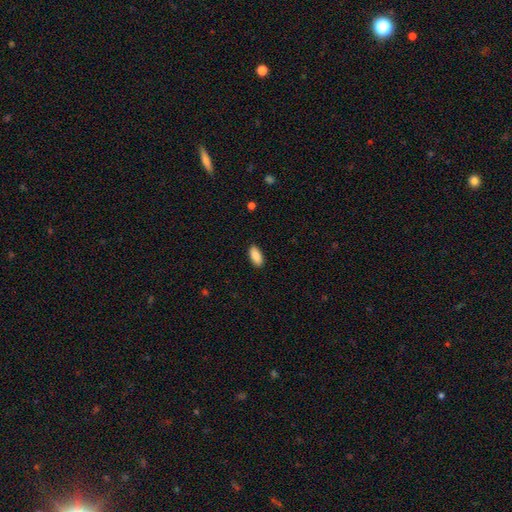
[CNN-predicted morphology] Q: Smooth or featured?
A: smooth (89%); runner-up: star or artifact (6%)
Q: How rounded?
A: in between (90%); runner-up: cigar-shaped (8%)
Q: Merging?
A: none (89%); runner-up: minor disturbance (8%)